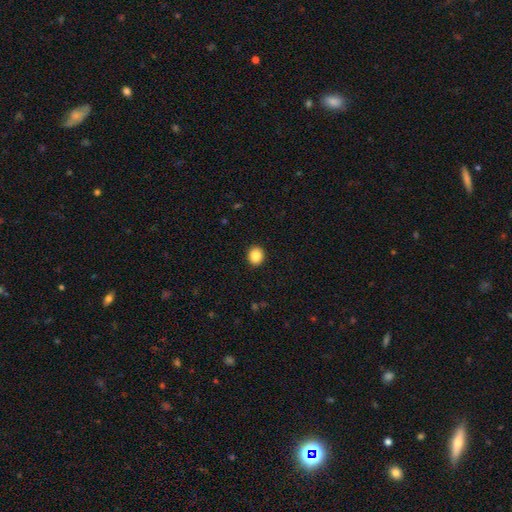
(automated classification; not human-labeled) A smooth galaxy with no disk features (86%) that is round (75%). Merging: none (92%).